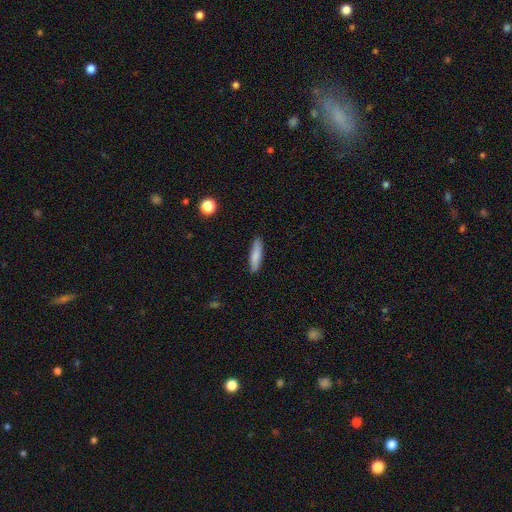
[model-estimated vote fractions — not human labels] smooth 82%, featured or disk 12%, star or artifact 6%. Down the decision tree: how rounded — cigar-shaped (80%); merging — none (88%).